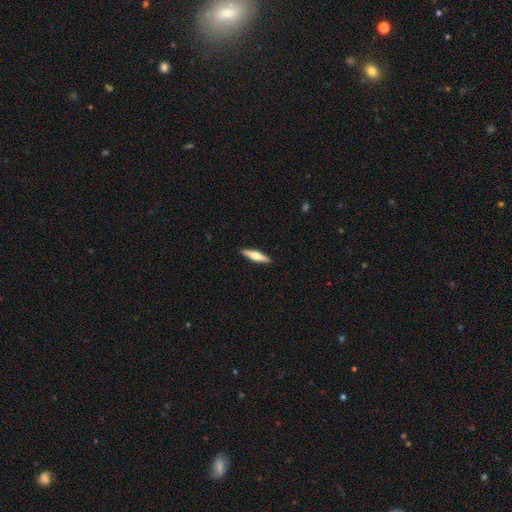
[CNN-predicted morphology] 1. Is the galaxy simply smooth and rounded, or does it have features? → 51% smooth, 44% featured or disk, 5% star or artifact.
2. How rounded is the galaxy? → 75% cigar-shaped, 23% in between, 2% round.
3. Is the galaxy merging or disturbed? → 91% none, 7% minor disturbance, 1% major disturbance, 1% merger.